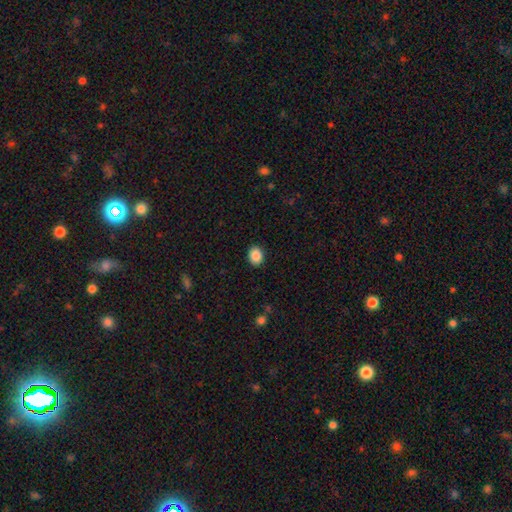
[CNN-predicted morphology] Smooth or featured? smooth (88%)
How rounded? in between (56%)
Merging? none (90%)